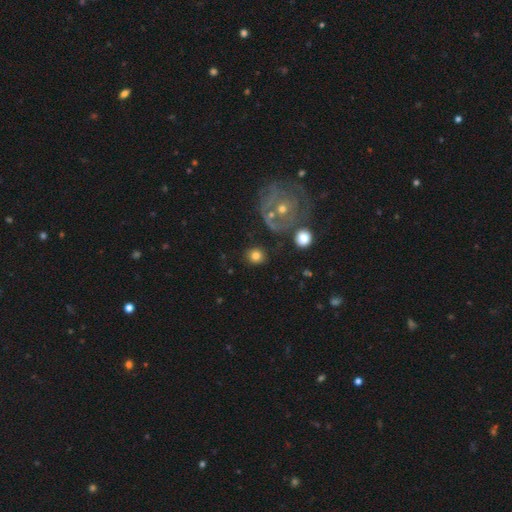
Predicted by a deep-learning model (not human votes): This is likely a smooth galaxy (79%). How rounded: clearly round (87%). Merging: clearly none (85%).